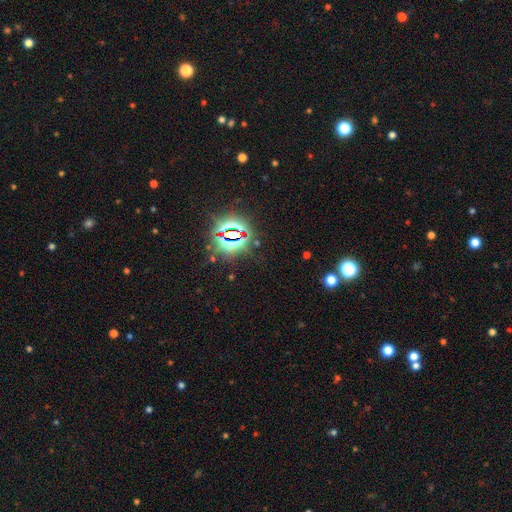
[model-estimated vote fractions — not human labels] A star or artifact, not a galaxy (82%).